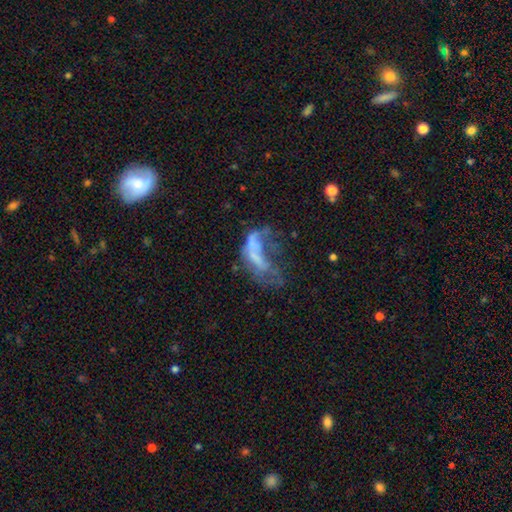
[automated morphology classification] The model was most divided on "smooth or featured": featured or disk: 51%, smooth: 32%, star or artifact: 17%. More confident: edge-on disk — no (94%); merging — major disturbance (51%).